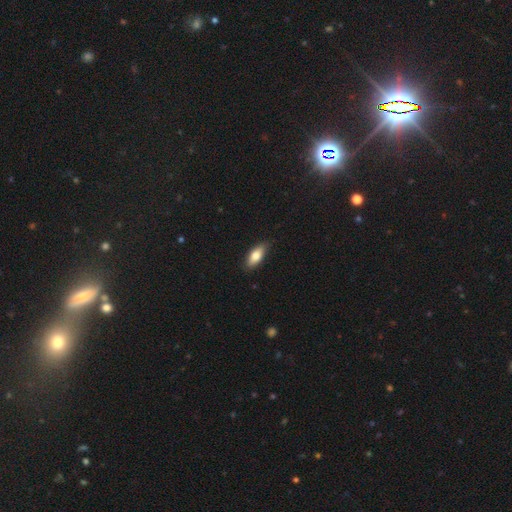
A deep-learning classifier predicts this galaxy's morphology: smooth-or-featured: smooth: 79% | featured or disk: 14% | star or artifact: 6%
  how-rounded: in between: 80% | cigar-shaped: 17% | round: 3%
  merging: none: 83% | minor disturbance: 14% | major disturbance: 2% | merger: 1%